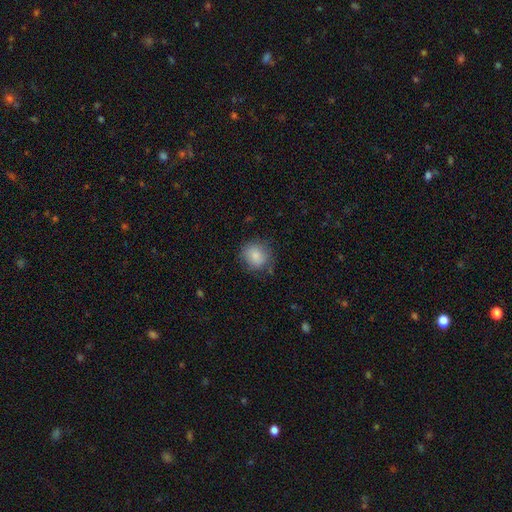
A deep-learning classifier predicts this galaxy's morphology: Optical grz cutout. It shows a smooth galaxy with no disk features (84%) that is round (79%). Merging: none (77%).